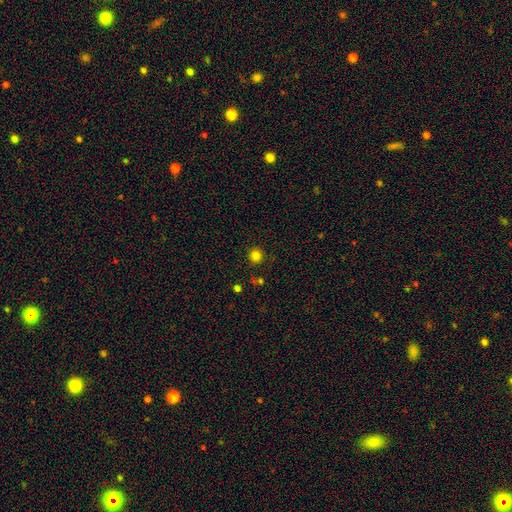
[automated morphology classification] This appears to be a smooth galaxy with no disk features (81%) that is round (94%). Merging: none (88%).